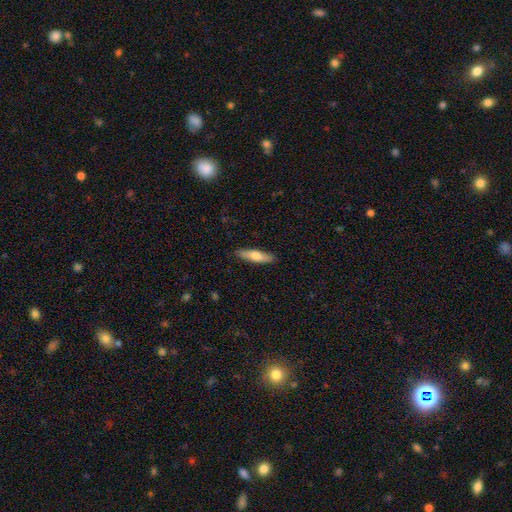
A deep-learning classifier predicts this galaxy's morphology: The model was most divided on "how rounded": cigar-shaped: 70%, in between: 28%, round: 2%. More confident: merging — none (89%); smooth or featured — smooth (70%).